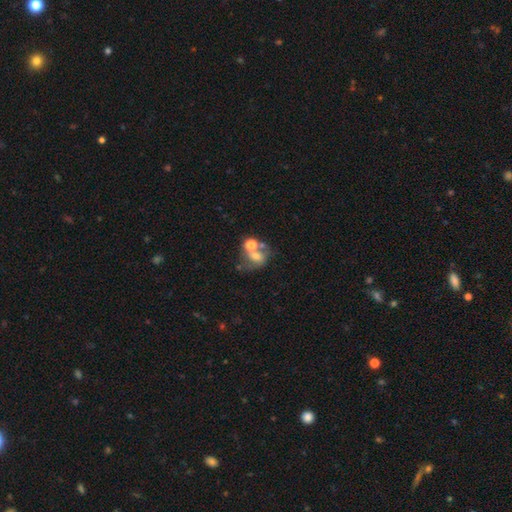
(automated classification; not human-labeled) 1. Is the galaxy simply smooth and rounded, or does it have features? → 46% smooth, 40% featured or disk, 15% star or artifact.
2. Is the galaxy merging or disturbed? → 43% merger, 30% none, 14% major disturbance, 13% minor disturbance.